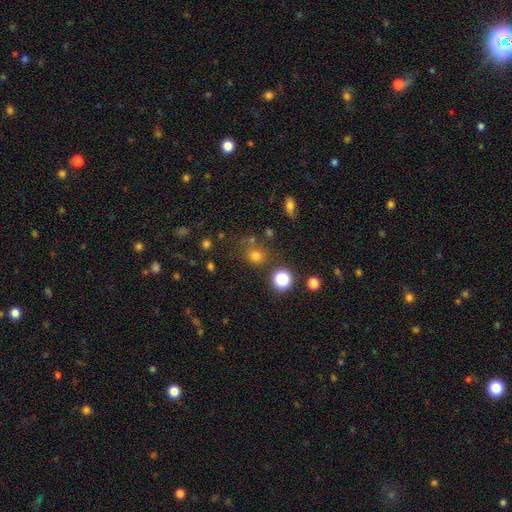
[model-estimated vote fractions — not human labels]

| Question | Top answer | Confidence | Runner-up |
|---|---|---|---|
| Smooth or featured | smooth | 71% | star or artifact (22%) |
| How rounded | round | 84% | in between (15%) |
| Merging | none | 73% | minor disturbance (12%) |